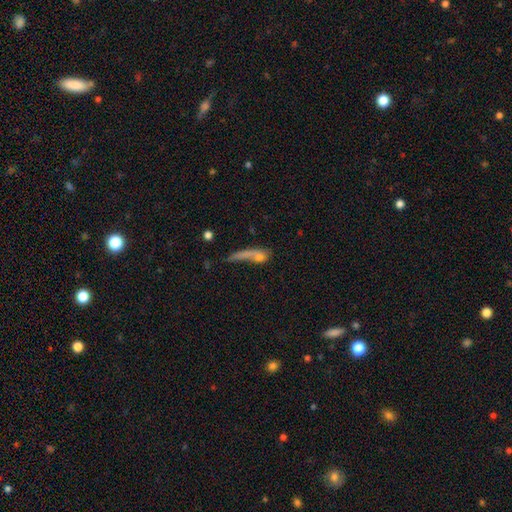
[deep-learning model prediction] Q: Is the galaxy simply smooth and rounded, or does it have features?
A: smooth — 59%.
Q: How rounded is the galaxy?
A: cigar-shaped — 45%.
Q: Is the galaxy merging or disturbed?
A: major disturbance — 32%.